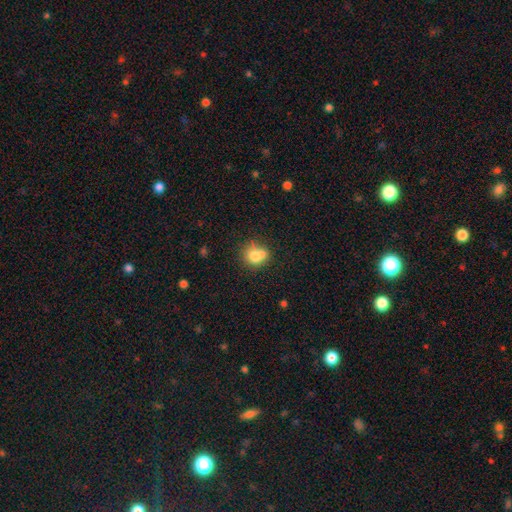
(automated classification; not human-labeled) The model was most divided on "merging": none: 42%, merger: 36%, minor disturbance: 16%, major disturbance: 6%. More confident: smooth or featured — smooth (74%); how rounded — round (70%).